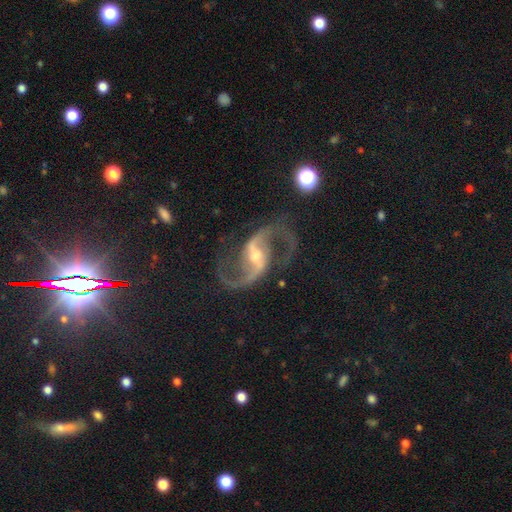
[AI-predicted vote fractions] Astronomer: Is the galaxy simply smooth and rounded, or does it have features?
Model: featured or disk — 93%.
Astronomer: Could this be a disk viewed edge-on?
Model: no — 98%.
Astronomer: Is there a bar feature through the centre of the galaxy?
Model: weak — 45% (runner-up: strong, 35%).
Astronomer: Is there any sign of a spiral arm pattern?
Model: yes — 98%.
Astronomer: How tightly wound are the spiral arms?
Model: loose — 55% (runner-up: medium, 39%).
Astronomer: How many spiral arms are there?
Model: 2 — 95%.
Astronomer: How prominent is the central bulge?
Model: moderate — 49% (runner-up: small, 44%).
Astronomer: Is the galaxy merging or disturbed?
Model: none — 78%.